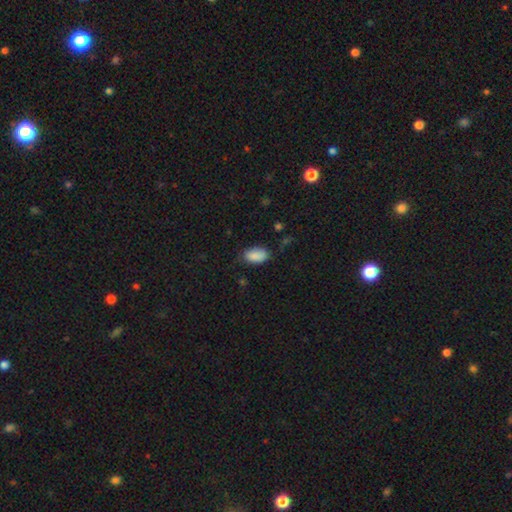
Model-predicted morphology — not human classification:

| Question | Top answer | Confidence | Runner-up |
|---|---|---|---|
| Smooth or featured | smooth | 88% | star or artifact (7%) |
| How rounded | in between | 93% | round (5%) |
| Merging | none | 72% | minor disturbance (22%) |